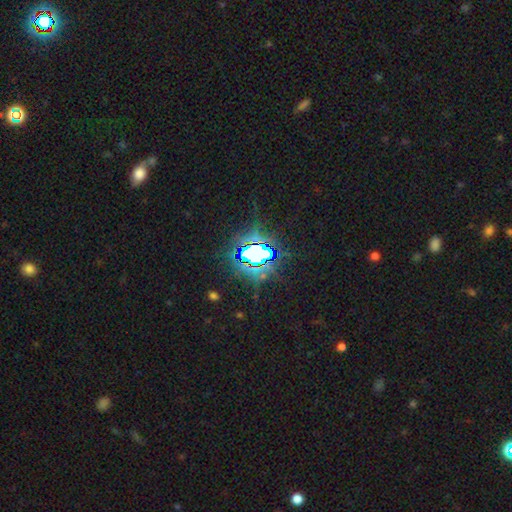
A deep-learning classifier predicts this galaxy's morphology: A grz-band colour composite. It shows a star or artifact, not a galaxy (77%).